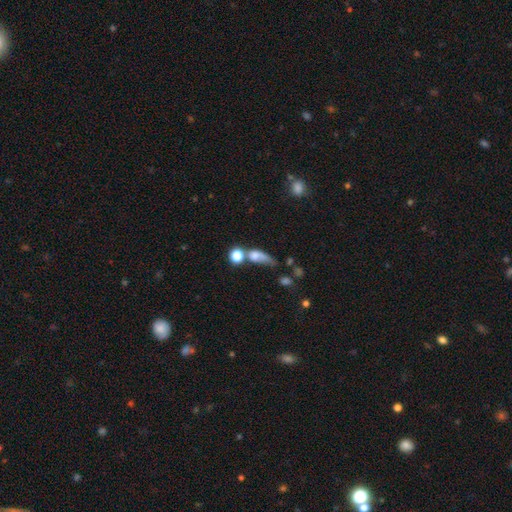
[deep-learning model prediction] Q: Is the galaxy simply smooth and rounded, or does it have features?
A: smooth — 67%.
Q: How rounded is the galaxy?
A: in between — 47%.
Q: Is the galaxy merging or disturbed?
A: merger — 31%.